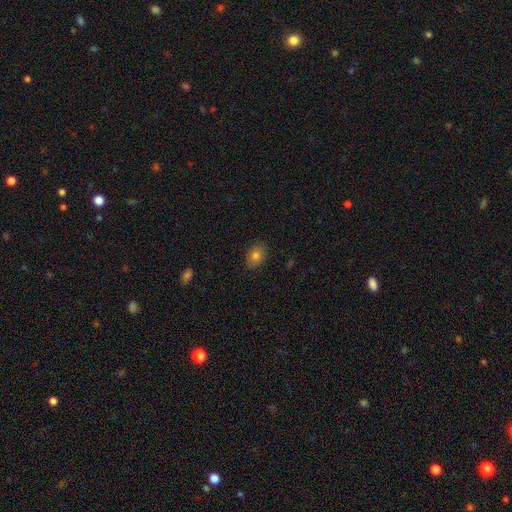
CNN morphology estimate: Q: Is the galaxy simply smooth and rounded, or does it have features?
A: smooth — 80%.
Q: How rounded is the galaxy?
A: in between — 76%.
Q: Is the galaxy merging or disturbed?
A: none — 87%.